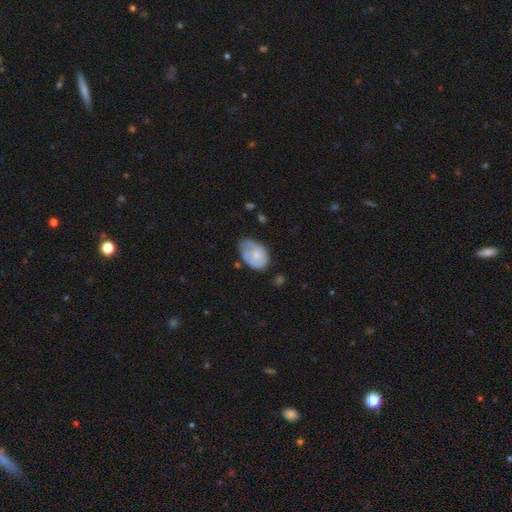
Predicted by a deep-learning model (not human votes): Overall: smooth (67%). How rounded: in between (86%). Merging: none (42%; minor disturbance 40%).